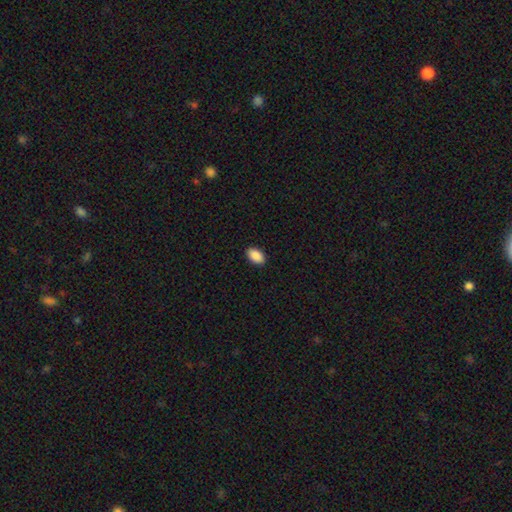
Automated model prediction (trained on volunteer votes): A smooth galaxy with no disk features (90%) that is in between round and cigar-shaped (92%).

Vote fractions:
- Smooth or featured? smooth: 90% / star or artifact: 7% / featured or disk: 3%
- How rounded? in between: 92% / round: 7% / cigar-shaped: 1%
- Merging? none: 90% / minor disturbance: 7% / major disturbance: 2% / merger: 1%